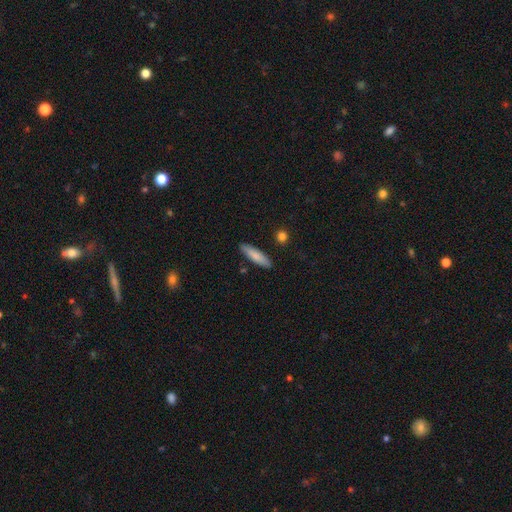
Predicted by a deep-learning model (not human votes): smooth 81%, featured or disk 13%, star or artifact 6%. Down the decision tree: how rounded — cigar-shaped (68%); merging — none (88%).